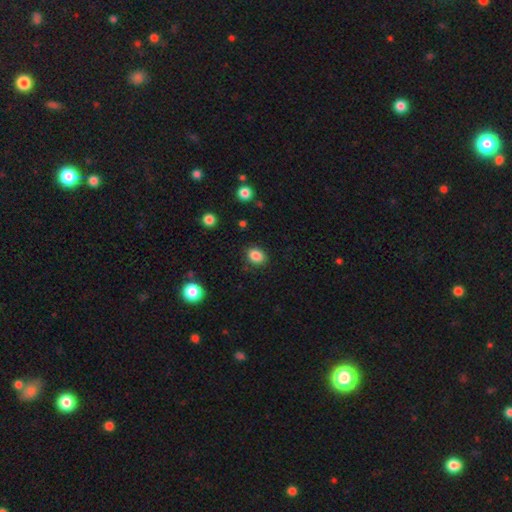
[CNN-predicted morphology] Smooth or featured? smooth (86%)
How rounded? in between (53%)
Merging? none (87%)